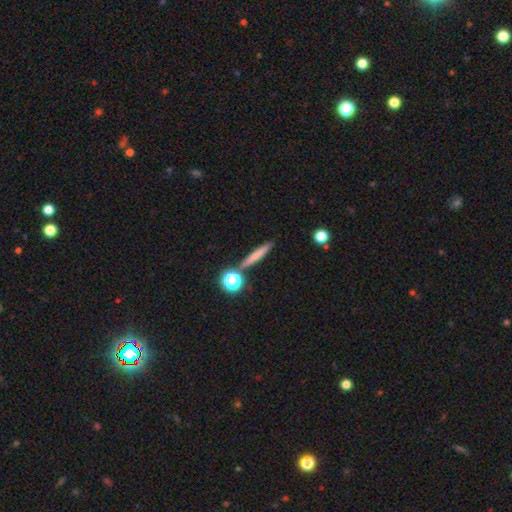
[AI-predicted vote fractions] Smooth or featured?
  - smooth: 68% *
  - featured or disk: 22%
  - star or artifact: 10%
How rounded?
  - cigar-shaped: 86% *
  - round: 7%
  - in between: 7%
Merging?
  - none: 83% *
  - minor disturbance: 8%
  - merger: 7%
  - major disturbance: 2%